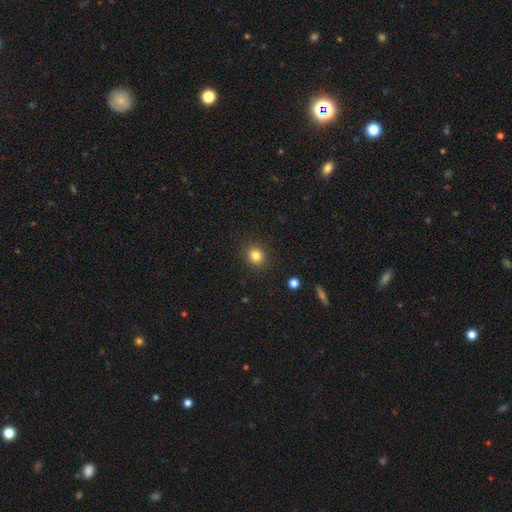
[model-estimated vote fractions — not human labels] This appears to be a smooth galaxy with no disk features (83%) that is round (79%). Merging: none (90%).